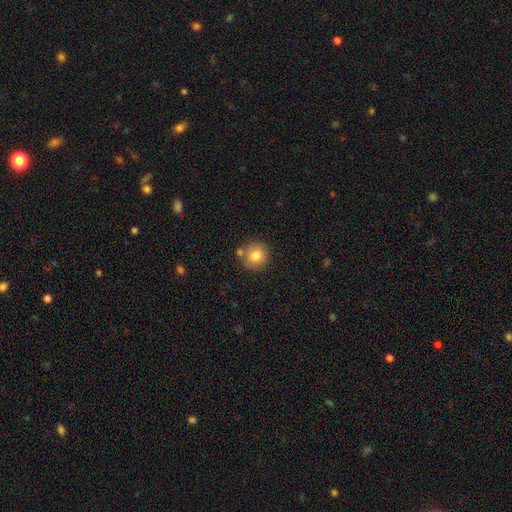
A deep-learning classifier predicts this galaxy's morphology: smooth_or_featured: smooth (p=0.80) [alt: star or artifact p=0.10]
how_rounded: round (p=0.93) [alt: in between p=0.06]
merging: none (p=0.78) [alt: merger p=0.10]